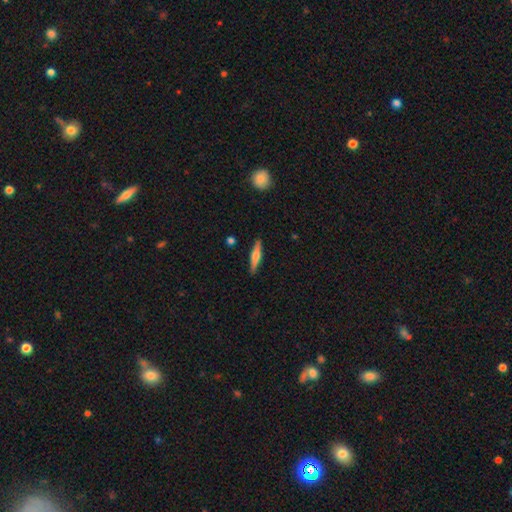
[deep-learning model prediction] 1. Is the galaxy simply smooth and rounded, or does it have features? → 55% featured or disk, 39% smooth, 6% star or artifact.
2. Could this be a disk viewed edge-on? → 97% yes, 3% no.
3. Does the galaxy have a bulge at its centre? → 80% rounded, 13% boxy, 7% none.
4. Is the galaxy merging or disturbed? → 90% none, 7% minor disturbance, 2% major disturbance, 1% merger.